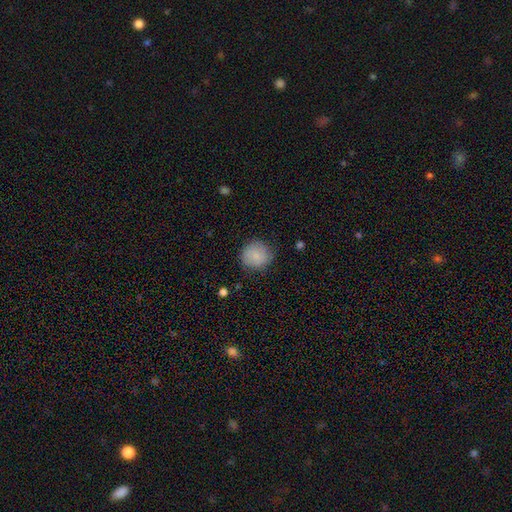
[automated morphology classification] smooth 86%, featured or disk 7%, star or artifact 7%. Down the decision tree: how rounded — round (89%); merging — none (80%).